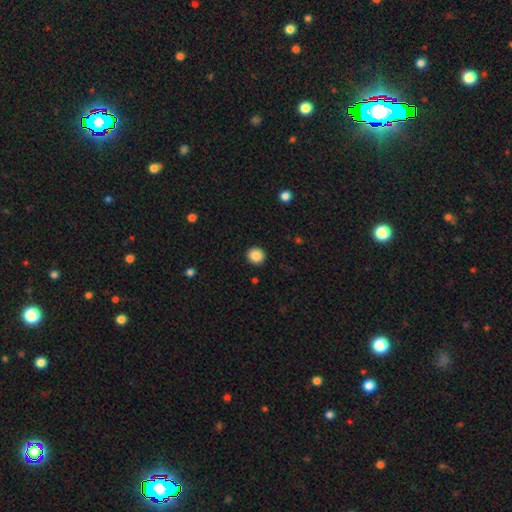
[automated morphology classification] The model was most divided on "smooth or featured": smooth: 87%, star or artifact: 9%, featured or disk: 3%. More confident: merging — none (92%); how rounded — round (89%).